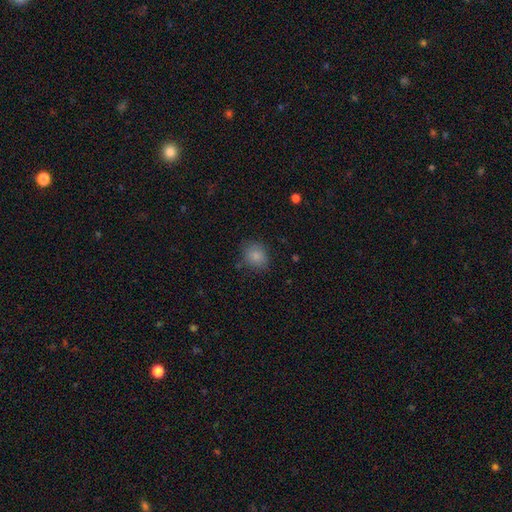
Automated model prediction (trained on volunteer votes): Smooth or featured?
  - smooth: 84% *
  - star or artifact: 10%
  - featured or disk: 6%
How rounded?
  - round: 62% *
  - in between: 37%
  - cigar-shaped: 1%
Merging?
  - none: 78% *
  - minor disturbance: 15%
  - major disturbance: 4%
  - merger: 2%